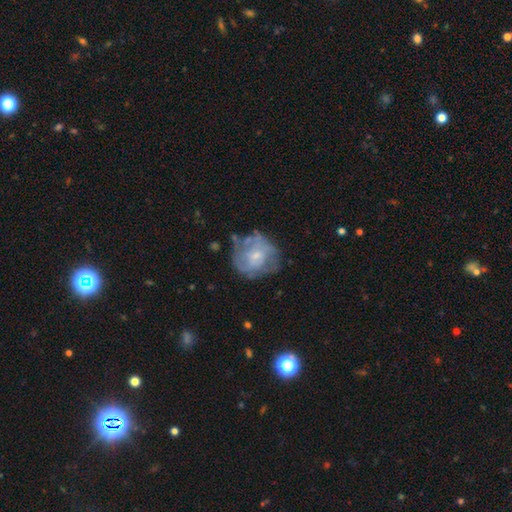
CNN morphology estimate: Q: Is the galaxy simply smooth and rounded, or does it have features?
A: featured or disk — 60%.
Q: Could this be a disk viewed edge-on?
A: no — 97%.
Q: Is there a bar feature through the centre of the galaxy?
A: no — 71%.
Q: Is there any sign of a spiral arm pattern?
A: yes — 55%.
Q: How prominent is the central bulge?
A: small — 61%.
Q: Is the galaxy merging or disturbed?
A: none — 57%.